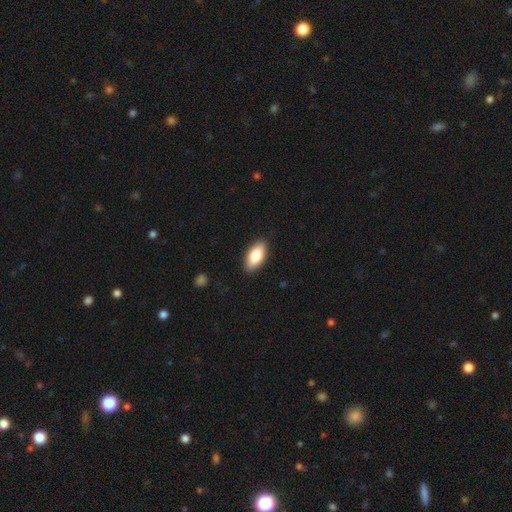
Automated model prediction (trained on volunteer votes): Overall: smooth (82%). How rounded: in between (90%). Merging: none (89%).